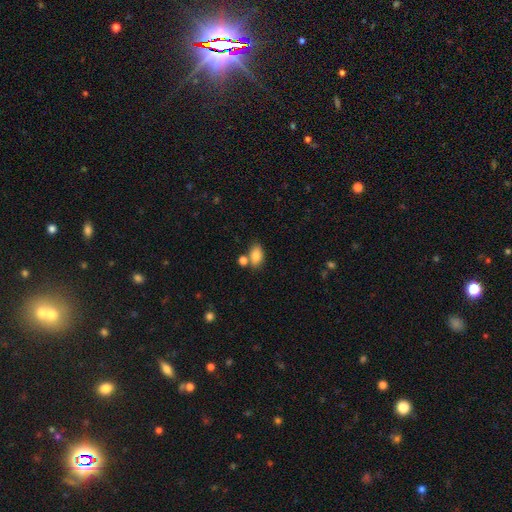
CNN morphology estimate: smooth_or_featured: smooth (p=0.83) [alt: featured or disk p=0.09]
how_rounded: in between (p=0.88) [alt: round p=0.10]
merging: none (p=0.62) [alt: merger p=0.21]